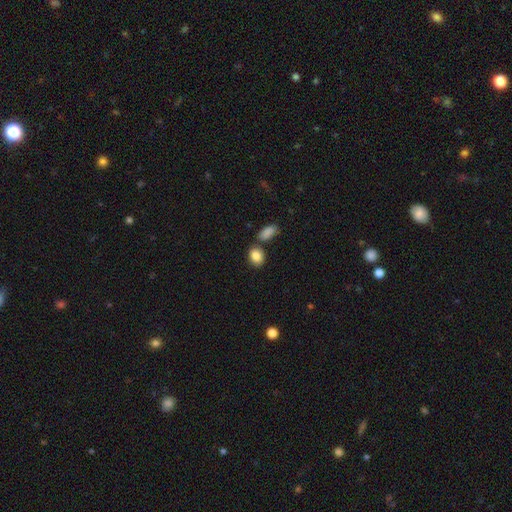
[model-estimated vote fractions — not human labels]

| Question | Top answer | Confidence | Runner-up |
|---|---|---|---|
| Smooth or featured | smooth | 85% | star or artifact (8%) |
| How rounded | in between | 62% | round (36%) |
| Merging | none | 72% | merger (13%) |